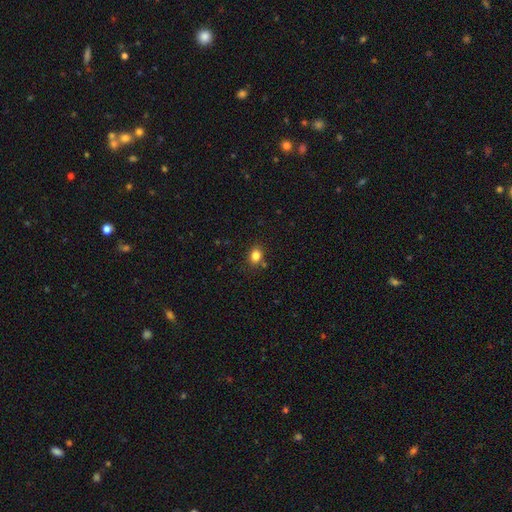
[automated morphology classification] The model was most divided on "how rounded": in between: 53%, round: 46%, cigar-shaped: 1%. More confident: smooth or featured — smooth (82%); merging — none (80%).